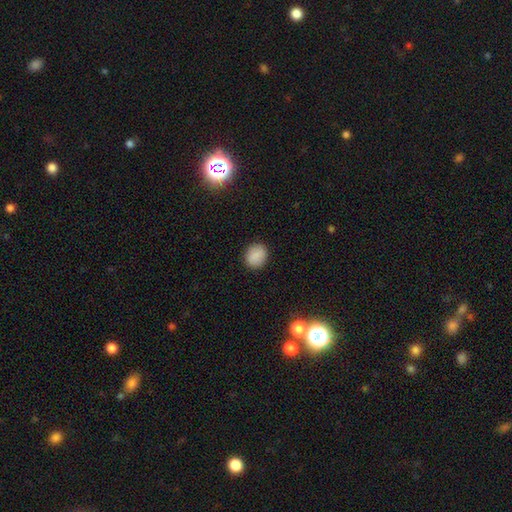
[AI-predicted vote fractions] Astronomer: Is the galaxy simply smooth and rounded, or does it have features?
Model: smooth — 88%.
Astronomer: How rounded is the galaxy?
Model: round — 63%.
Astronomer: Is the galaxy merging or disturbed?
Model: none — 89%.